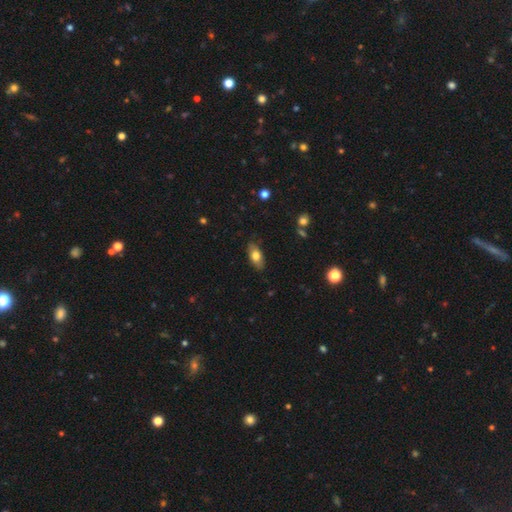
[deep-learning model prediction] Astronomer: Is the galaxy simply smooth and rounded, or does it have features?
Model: smooth — 74%.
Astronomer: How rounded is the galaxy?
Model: in between — 87%.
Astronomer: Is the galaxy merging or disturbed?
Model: none — 84%.